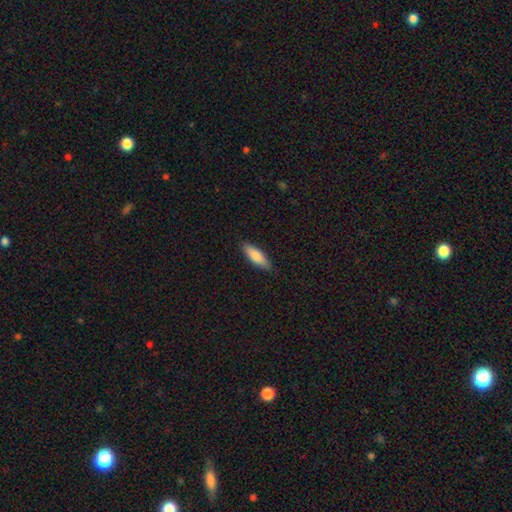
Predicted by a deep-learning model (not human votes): Overall: smooth (81%). How rounded: in between (53%; cigar-shaped 46%). Merging: none (87%).